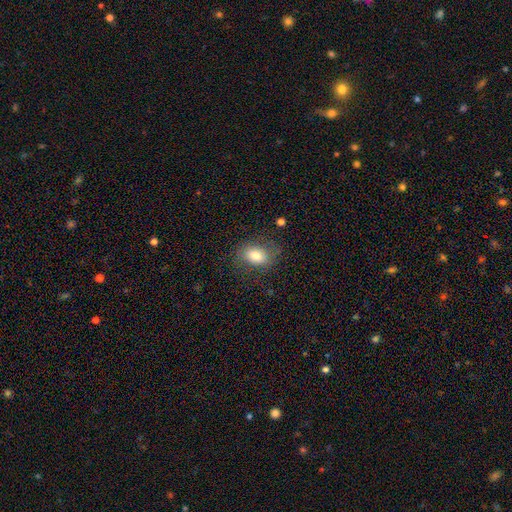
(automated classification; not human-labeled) Smooth or featured: smooth — 80% (featured or disk — 11%)
How rounded: in between — 79% (round — 20%)
Merging: none — 74% (minor disturbance — 17%)